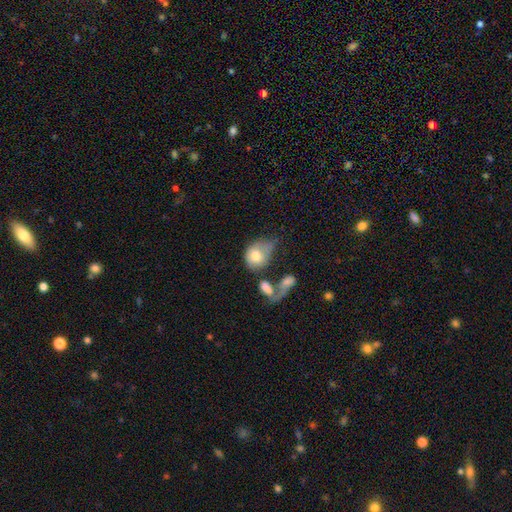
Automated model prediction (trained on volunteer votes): Morphology: type=smooth (70%); roundness=in between (56%); merging=major disturbance (33%).